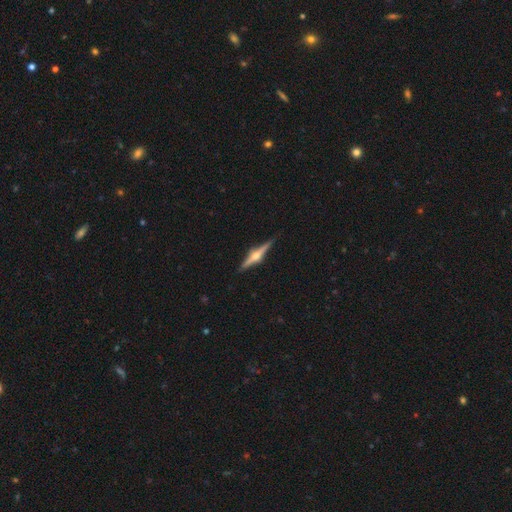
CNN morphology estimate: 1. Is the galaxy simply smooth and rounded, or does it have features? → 81% featured or disk, 13% smooth, 5% star or artifact.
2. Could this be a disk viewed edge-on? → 98% yes, 2% no.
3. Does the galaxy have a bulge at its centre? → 94% rounded, 4% boxy, 2% none.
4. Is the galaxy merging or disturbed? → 89% none, 8% minor disturbance, 2% major disturbance, 1% merger.